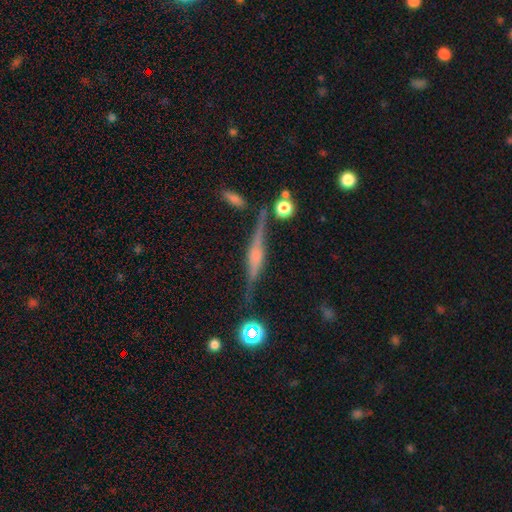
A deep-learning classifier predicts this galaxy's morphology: Q: Smooth or featured?
A: featured or disk (78%); runner-up: smooth (13%)
Q: Edge-on disk?
A: yes (97%); runner-up: no (3%)
Q: Edge-on bulge?
A: rounded (59%); runner-up: boxy (31%)
Q: Merging?
A: none (81%); runner-up: minor disturbance (12%)